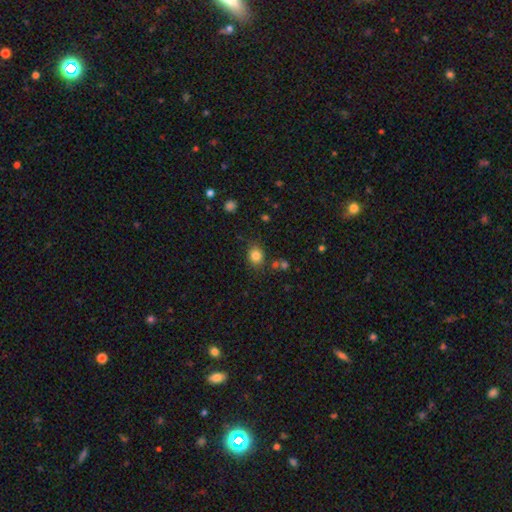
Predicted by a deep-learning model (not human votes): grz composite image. It shows a smooth galaxy with no disk features (82%) that is round (67%). Merging: none (80%).